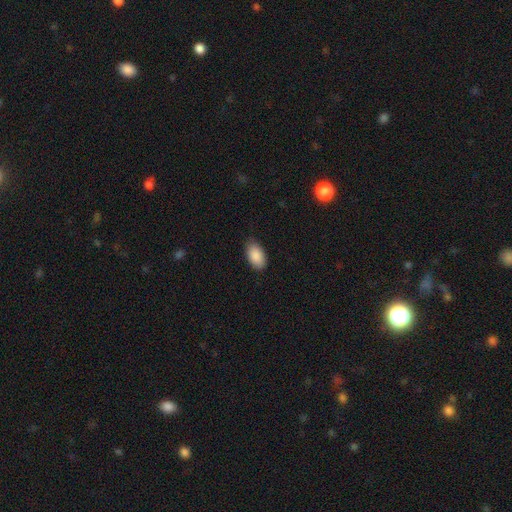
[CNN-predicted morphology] This is clearly a smooth galaxy (90%). How rounded: clearly in between (94%). Merging: clearly none (81%).